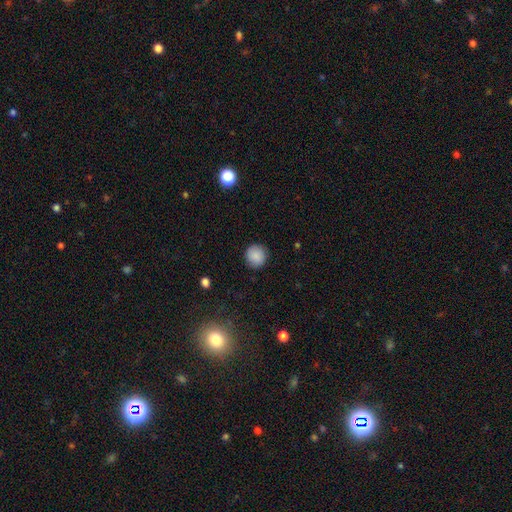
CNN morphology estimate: Smooth or featured: smooth — 87% (star or artifact — 8%)
How rounded: round — 93% (in between — 6%)
Merging: none — 88% (minor disturbance — 8%)